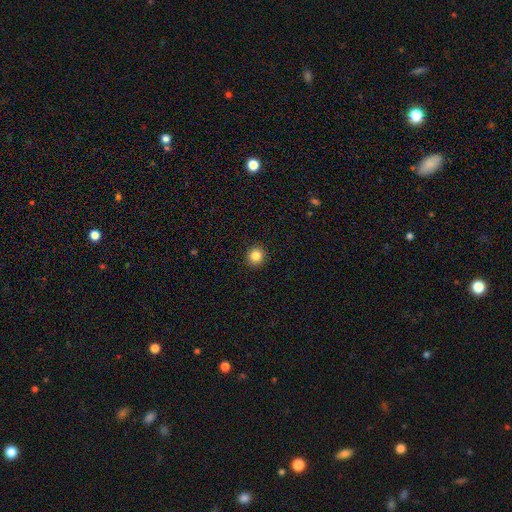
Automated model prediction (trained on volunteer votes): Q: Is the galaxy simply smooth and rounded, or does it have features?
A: smooth — 84%.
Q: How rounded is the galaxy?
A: round — 92%.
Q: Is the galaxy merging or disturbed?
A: none — 92%.